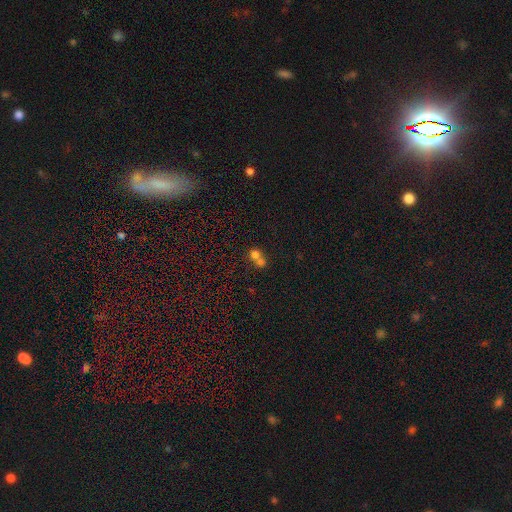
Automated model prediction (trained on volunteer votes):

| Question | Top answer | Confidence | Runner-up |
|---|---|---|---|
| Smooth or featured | smooth | 72% | featured or disk (15%) |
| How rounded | round | 76% | in between (23%) |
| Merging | merger | 69% | none (24%) |